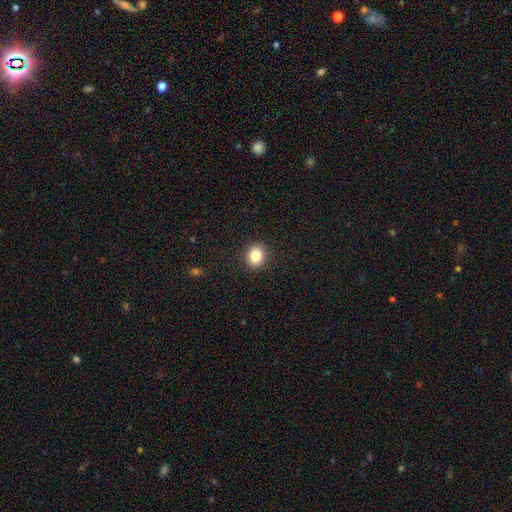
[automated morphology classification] smooth 84%, star or artifact 10%, featured or disk 6%. Down the decision tree: how rounded — round (71%); merging — none (91%).